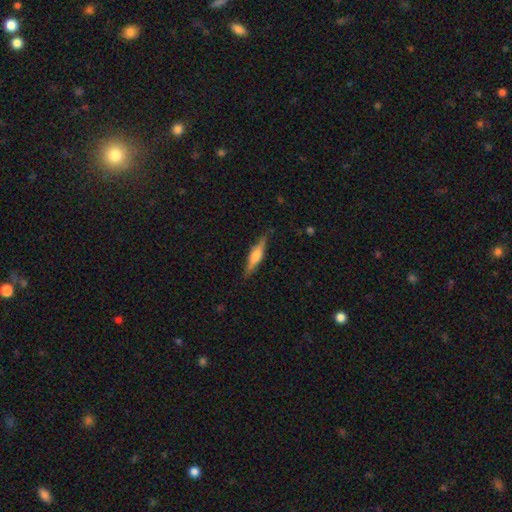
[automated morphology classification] A featured or disk galaxy (52%) viewed edge-on (95%).

Vote fractions:
- Smooth or featured? featured or disk: 52% / smooth: 42% / star or artifact: 6%
- Edge-on disk? yes: 95% / no: 5%
- Merging? none: 86% / minor disturbance: 11% / major disturbance: 2% / merger: 1%